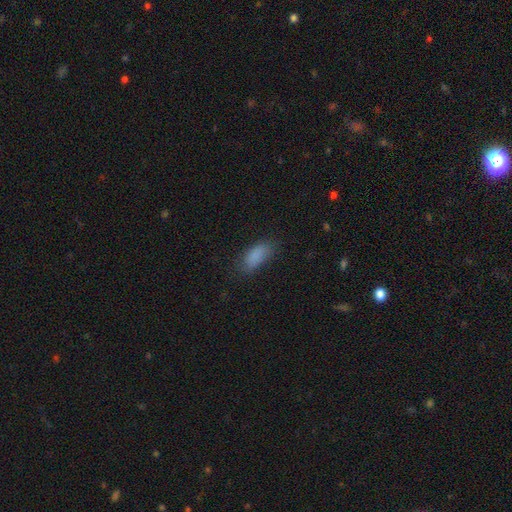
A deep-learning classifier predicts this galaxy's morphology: smooth 85%, star or artifact 9%, featured or disk 6%. Down the decision tree: how rounded — in between (84%); merging — none (73%).